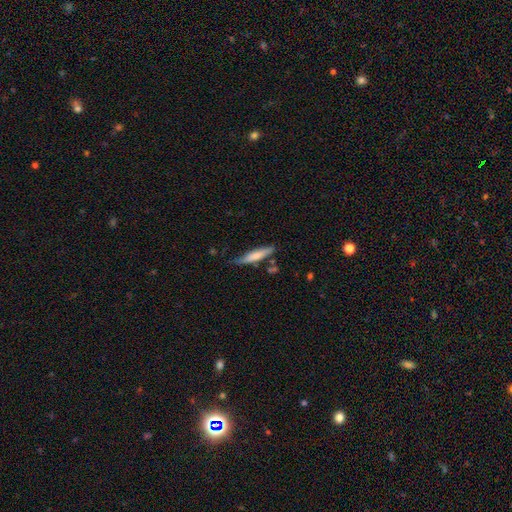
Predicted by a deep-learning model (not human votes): Smooth or featured: smooth — 68% (featured or disk — 26%)
How rounded: cigar-shaped — 85% (in between — 13%)
Merging: none — 66% (minor disturbance — 24%)